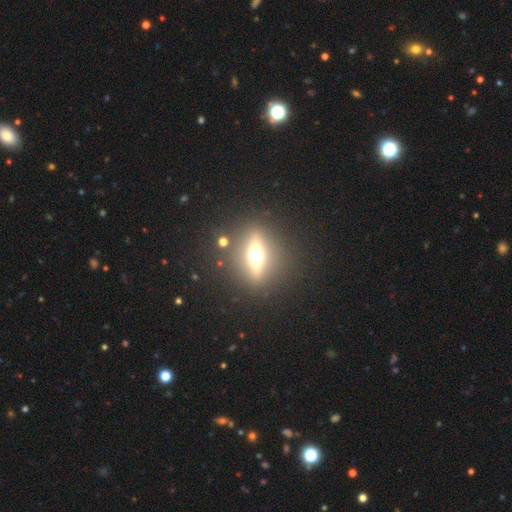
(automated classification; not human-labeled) This appears to be a featured or disk galaxy (59%) viewed edge-on (84%). Merging: none (86%).